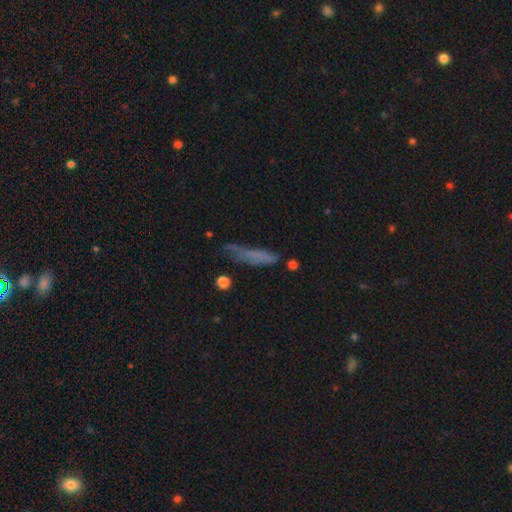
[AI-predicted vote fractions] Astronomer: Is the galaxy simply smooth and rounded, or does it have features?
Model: smooth — 61%.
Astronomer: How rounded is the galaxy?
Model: cigar-shaped — 82%.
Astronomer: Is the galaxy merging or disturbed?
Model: none — 48% (runner-up: minor disturbance, 28%).